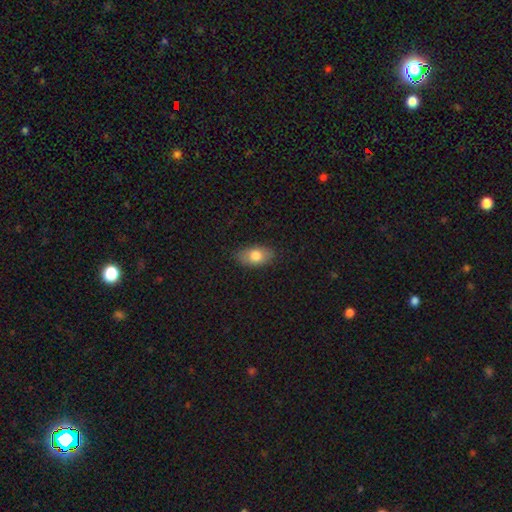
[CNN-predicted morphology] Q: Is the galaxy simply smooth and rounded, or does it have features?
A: smooth — 79%.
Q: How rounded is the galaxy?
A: in between — 91%.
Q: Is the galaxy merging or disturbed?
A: none — 85%.